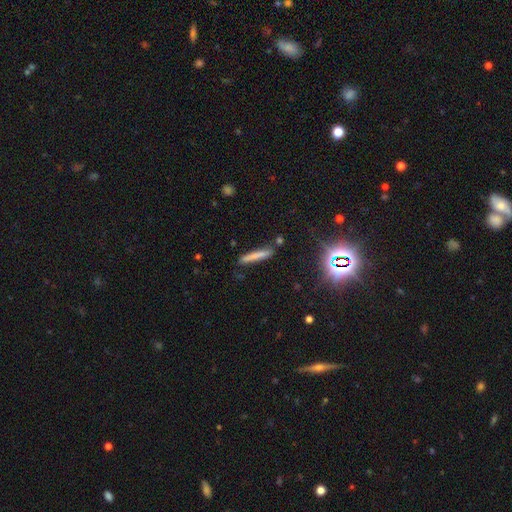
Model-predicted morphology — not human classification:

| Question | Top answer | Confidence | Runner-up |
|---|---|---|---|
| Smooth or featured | smooth | 72% | featured or disk (18%) |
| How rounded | cigar-shaped | 93% | in between (5%) |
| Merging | none | 80% | minor disturbance (13%) |